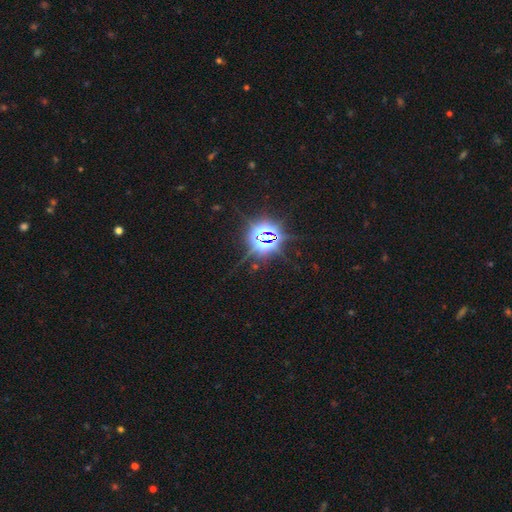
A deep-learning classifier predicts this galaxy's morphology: Overall: star or artifact (85%).